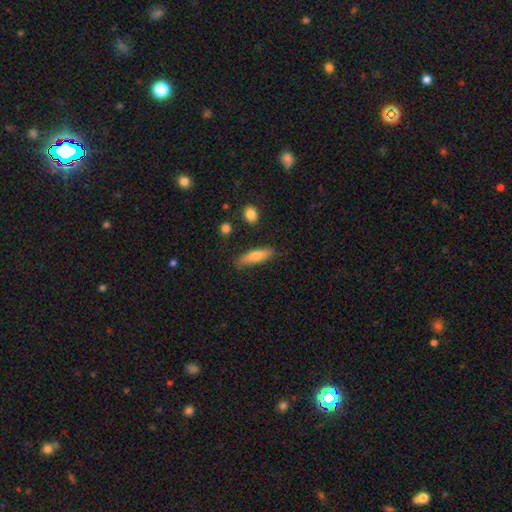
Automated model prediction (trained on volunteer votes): A smooth galaxy with no disk features (70%) that is cigar-shaped (67%).

Vote fractions:
- Smooth or featured? smooth: 70% / featured or disk: 24% / star or artifact: 6%
- How rounded? cigar-shaped: 67% / in between: 31% / round: 2%
- Merging? none: 81% / minor disturbance: 14% / major disturbance: 3% / merger: 2%